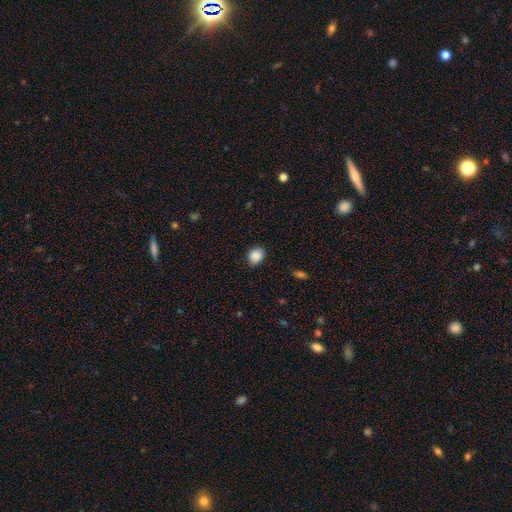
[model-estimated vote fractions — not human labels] Smooth or featured? smooth (88%)
How rounded? round (56%)
Merging? none (84%)